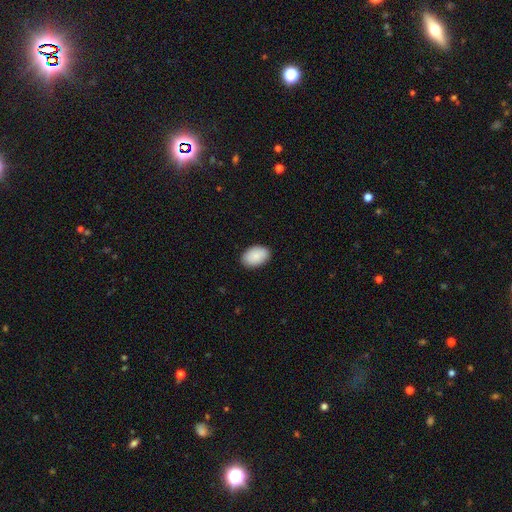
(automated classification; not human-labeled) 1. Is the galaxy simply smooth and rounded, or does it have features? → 89% smooth, 6% star or artifact, 4% featured or disk.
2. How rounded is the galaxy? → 91% in between, 8% round, 1% cigar-shaped.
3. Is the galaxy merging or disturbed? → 89% none, 9% minor disturbance, 2% major disturbance, 1% merger.